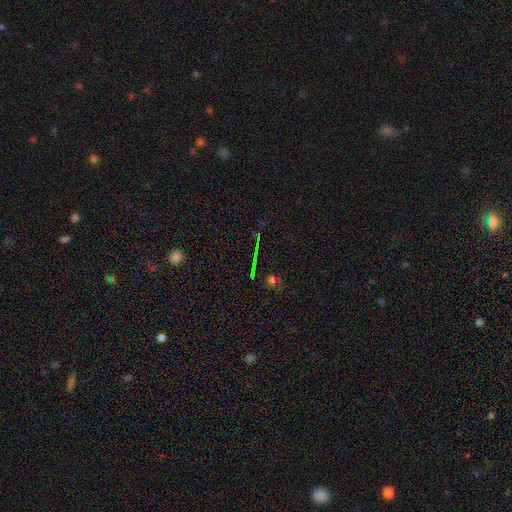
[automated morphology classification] A star or artifact, not a galaxy (66%).